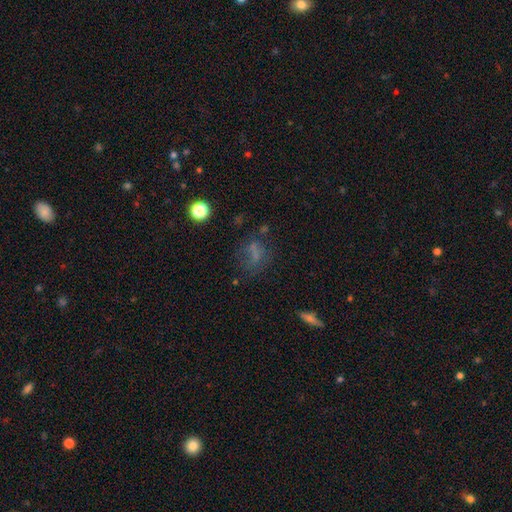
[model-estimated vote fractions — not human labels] The model was most divided on "smooth or featured": smooth: 48%, star or artifact: 28%, featured or disk: 24%. More confident: merging — none (54%).